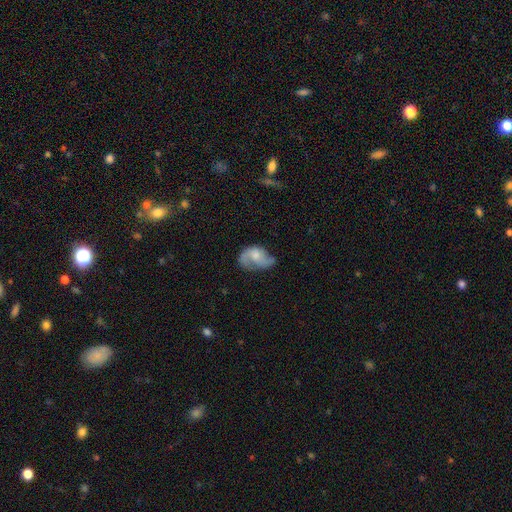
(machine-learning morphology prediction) Smooth or featured?
  - featured or disk: 53% *
  - smooth: 39%
  - star or artifact: 8%
Edge-on disk?
  - no: 97% *
  - yes: 3%
Bar?
  - no: 68% *
  - weak: 27%
  - strong: 5%
Spiral arms?
  - yes: 75% *
  - no: 25%
Bulge size?
  - moderate: 43% *
  - small: 37%
  - none: 13%
  - large: 6%
  - dominant: 1%
Merging?
  - none: 38% *
  - minor disturbance: 33%
  - major disturbance: 25%
  - merger: 4%